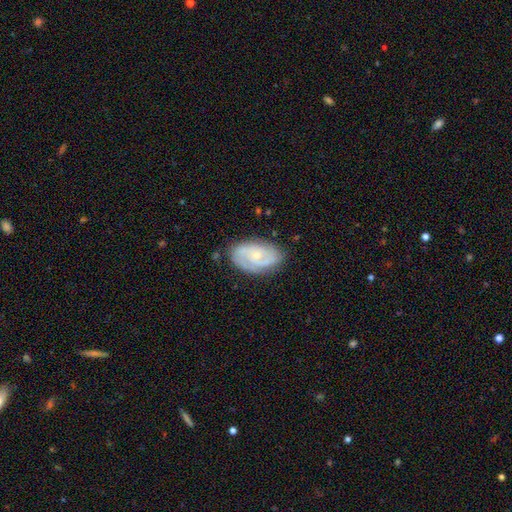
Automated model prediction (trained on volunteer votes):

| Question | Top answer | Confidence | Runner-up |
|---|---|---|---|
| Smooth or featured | featured or disk | 76% | smooth (18%) |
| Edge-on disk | no | 96% | yes (4%) |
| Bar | no | 70% | weak (26%) |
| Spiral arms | yes | 92% | no (8%) |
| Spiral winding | tight | 52% | medium (37%) |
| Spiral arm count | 2 | 45% | can't tell (25%) |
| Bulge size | small | 69% | moderate (28%) |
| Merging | none | 76% | minor disturbance (18%) |